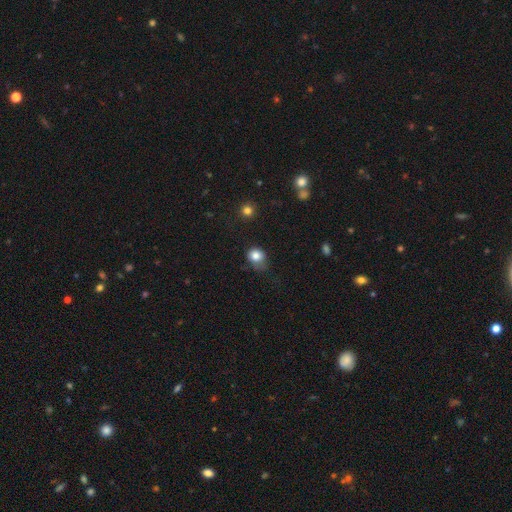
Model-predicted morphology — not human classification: Smooth or featured? smooth (82%)
How rounded? round (64%)
Merging? none (46%)